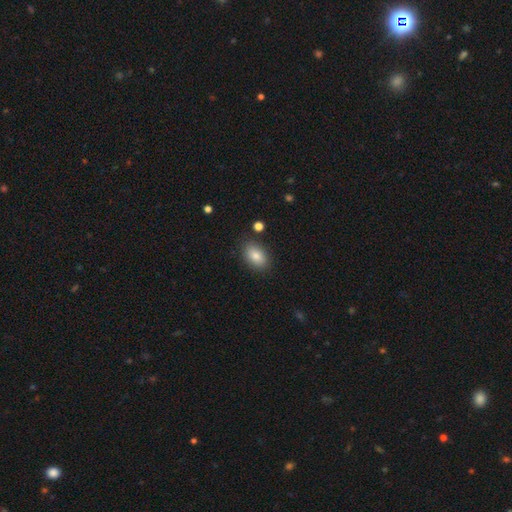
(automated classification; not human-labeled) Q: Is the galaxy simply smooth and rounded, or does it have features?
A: smooth — 84%.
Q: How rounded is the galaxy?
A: in between — 89%.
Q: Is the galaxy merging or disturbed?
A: none — 85%.